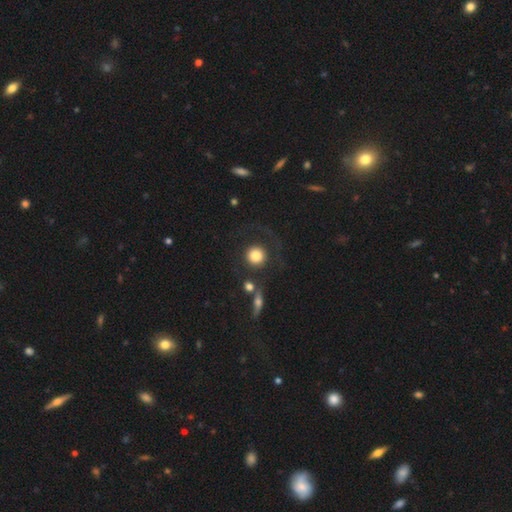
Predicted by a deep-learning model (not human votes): This appears to be a smooth galaxy with no disk features (78%) that is round (94%). Merging: none (67%).